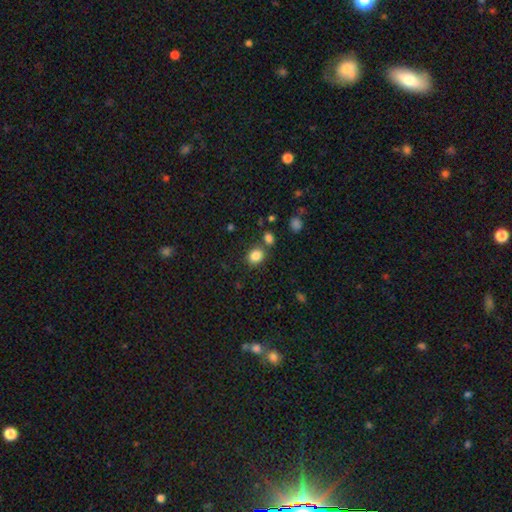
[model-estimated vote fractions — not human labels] Smooth or featured? Predicted: smooth (p=0.85). How rounded? Predicted: round (p=0.55). Merging? Predicted: none (p=0.72).